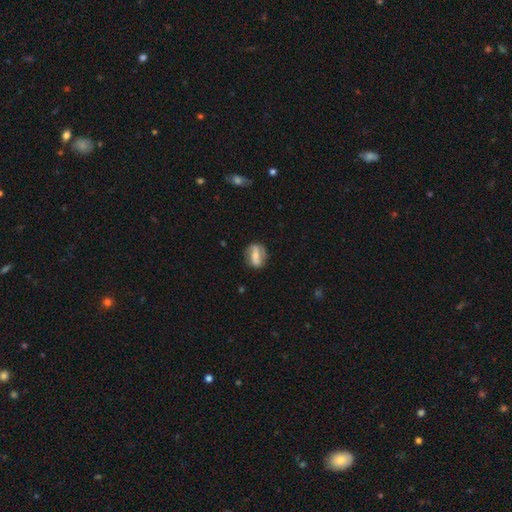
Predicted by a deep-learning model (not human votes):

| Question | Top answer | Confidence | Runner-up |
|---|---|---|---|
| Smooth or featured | featured or disk | 59% | smooth (34%) |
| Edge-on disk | no | 92% | yes (8%) |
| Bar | strong | 58% | weak (26%) |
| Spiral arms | yes | 71% | no (29%) |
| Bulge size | small | 45% | moderate (37%) |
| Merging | none | 75% | minor disturbance (17%) |